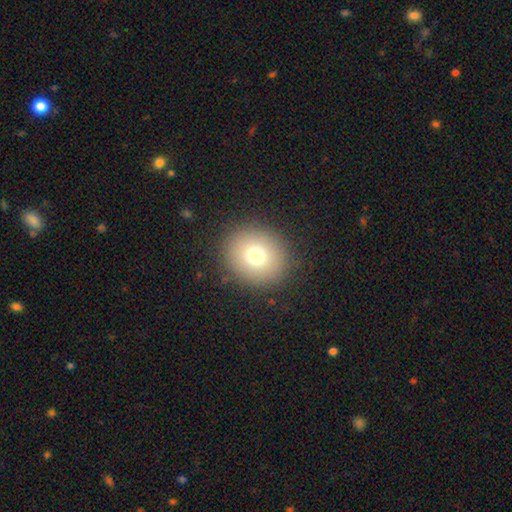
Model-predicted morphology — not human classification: This is likely a smooth galaxy (75%). How rounded: clearly round (85%). Merging: clearly none (89%).